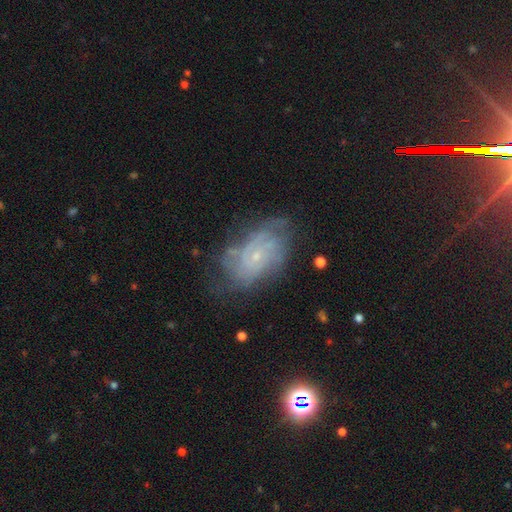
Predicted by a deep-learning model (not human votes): smooth_or_featured: featured or disk (p=0.73) [alt: smooth p=0.18]
disk_edge_on: no (p=0.96) [alt: yes p=0.04]
bar: no (p=0.74) [alt: weak p=0.22]
has_spiral_arms: yes (p=0.86) [alt: no p=0.14]
spiral_winding: tight (p=0.60) [alt: medium p=0.30]
spiral_arm_count: can't tell (p=0.51) [alt: 2 p=0.15]
bulge_size: small (p=0.83) [alt: moderate p=0.12]
merging: none (p=0.61) [alt: minor disturbance p=0.24]